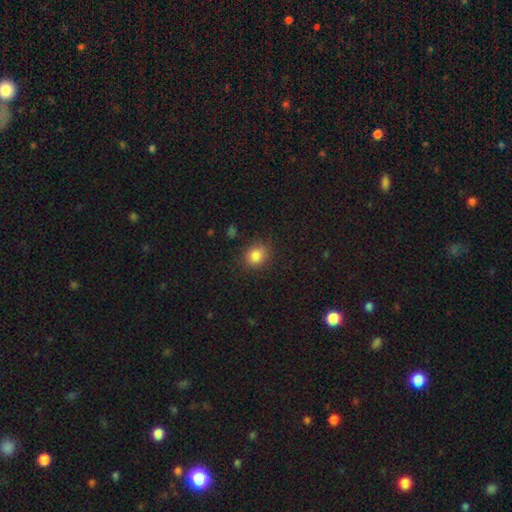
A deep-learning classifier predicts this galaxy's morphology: Q: Smooth or featured?
A: smooth (83%); runner-up: star or artifact (11%)
Q: How rounded?
A: round (69%); runner-up: in between (30%)
Q: Merging?
A: none (82%); runner-up: minor disturbance (13%)